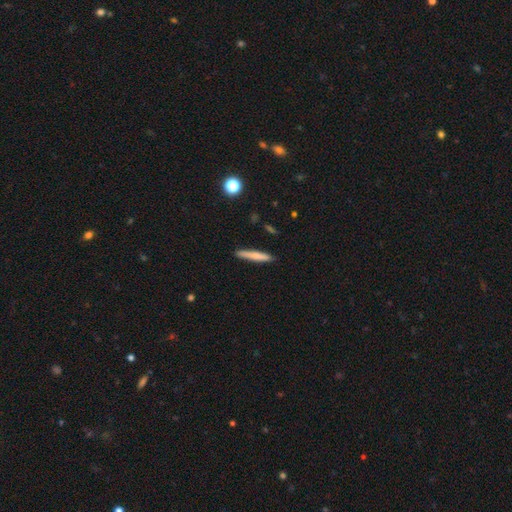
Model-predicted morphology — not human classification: type=smooth (73%); roundness=cigar-shaped (94%); merging=none (88%).